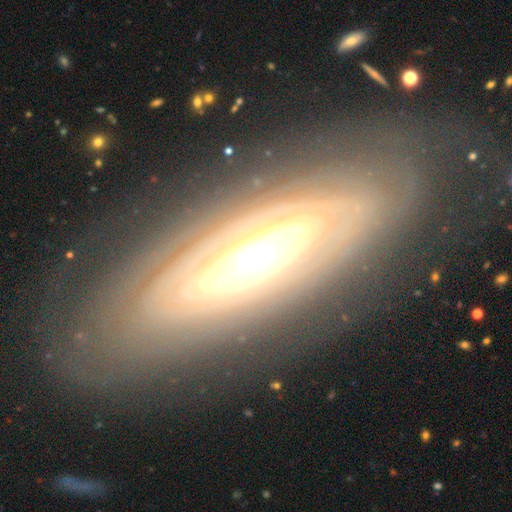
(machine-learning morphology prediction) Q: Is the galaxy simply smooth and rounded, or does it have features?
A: featured or disk — 82%.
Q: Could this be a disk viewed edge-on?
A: no — 65%.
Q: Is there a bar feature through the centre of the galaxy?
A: no — 62%.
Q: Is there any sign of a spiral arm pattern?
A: yes — 60%.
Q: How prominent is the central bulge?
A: moderate — 55%.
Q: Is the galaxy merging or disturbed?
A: none — 79%.